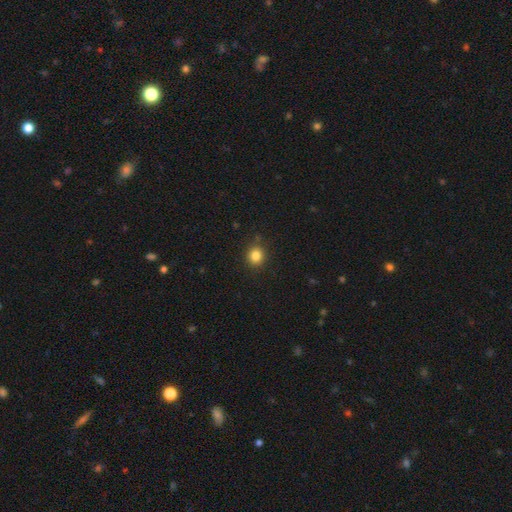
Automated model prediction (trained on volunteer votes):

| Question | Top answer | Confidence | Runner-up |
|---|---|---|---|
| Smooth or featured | smooth | 84% | star or artifact (11%) |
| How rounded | round | 83% | in between (16%) |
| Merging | none | 86% | minor disturbance (10%) |